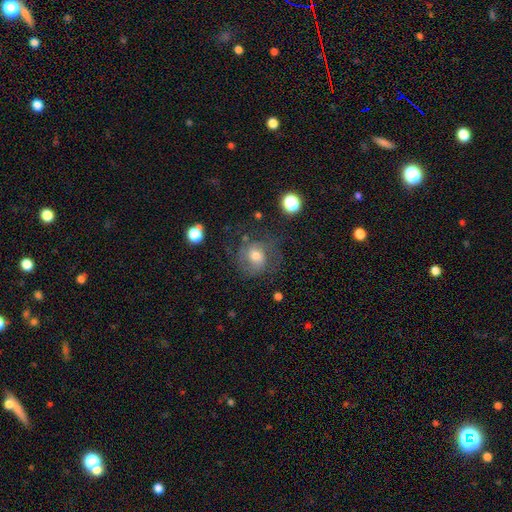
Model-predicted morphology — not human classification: featured or disk 50%, smooth 38%, star or artifact 12%. Down the decision tree: edge-on disk — no (97%); merging — none (59%).